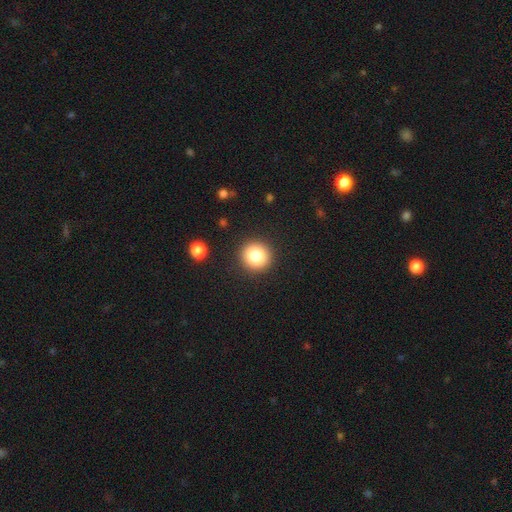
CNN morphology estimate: Smooth or featured? smooth (82%)
How rounded? round (94%)
Merging? none (91%)